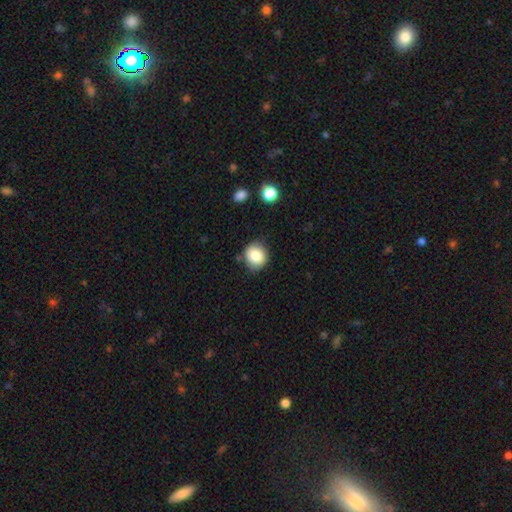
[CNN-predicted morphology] smooth 83%, star or artifact 9%, featured or disk 8%. Down the decision tree: how rounded — round (79%); merging — none (78%).